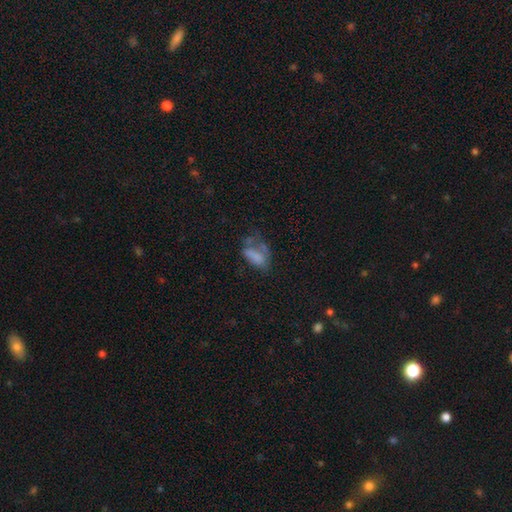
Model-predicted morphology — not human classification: Smooth or featured? Predicted: smooth (p=0.60). How rounded? Predicted: in between (p=0.88). Merging? Predicted: major disturbance (p=0.41).